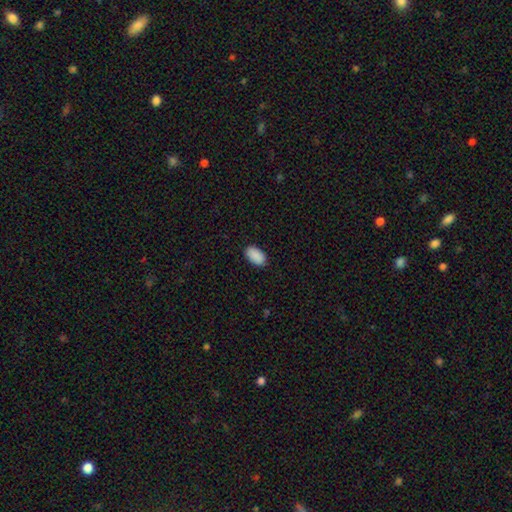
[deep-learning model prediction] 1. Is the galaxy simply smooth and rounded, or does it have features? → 91% smooth, 6% star or artifact, 2% featured or disk.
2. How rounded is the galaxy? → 95% in between, 4% round, 1% cigar-shaped.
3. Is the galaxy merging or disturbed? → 89% none, 8% minor disturbance, 2% major disturbance, 1% merger.